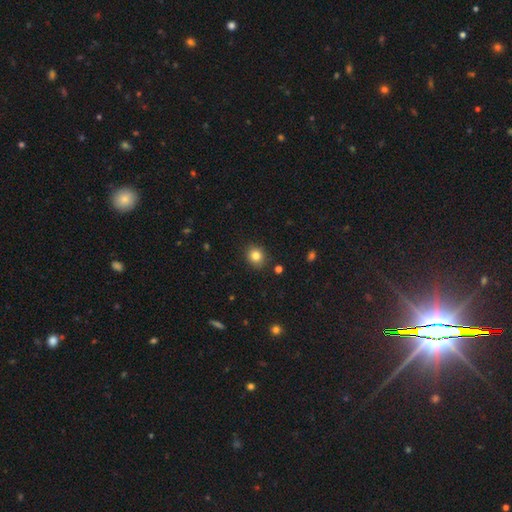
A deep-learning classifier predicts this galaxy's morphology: smooth_or_featured: smooth (p=0.82) [alt: star or artifact p=0.11]
how_rounded: round (p=0.76) [alt: in between p=0.23]
merging: none (p=0.88) [alt: minor disturbance p=0.09]